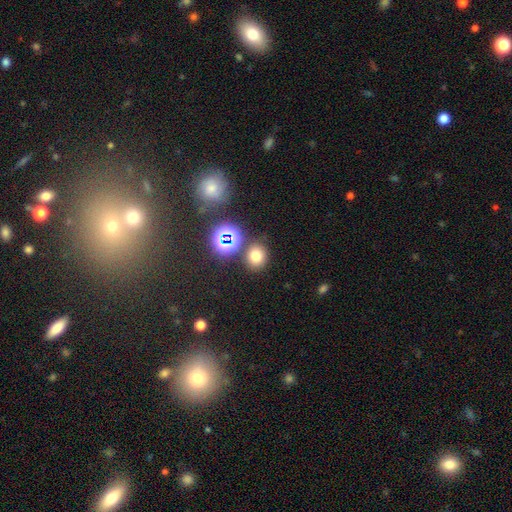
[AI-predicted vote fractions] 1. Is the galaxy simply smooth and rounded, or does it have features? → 71% smooth, 21% star or artifact, 8% featured or disk.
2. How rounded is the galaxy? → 70% round, 29% in between, 1% cigar-shaped.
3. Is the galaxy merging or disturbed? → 78% none, 10% minor disturbance, 9% merger, 3% major disturbance.